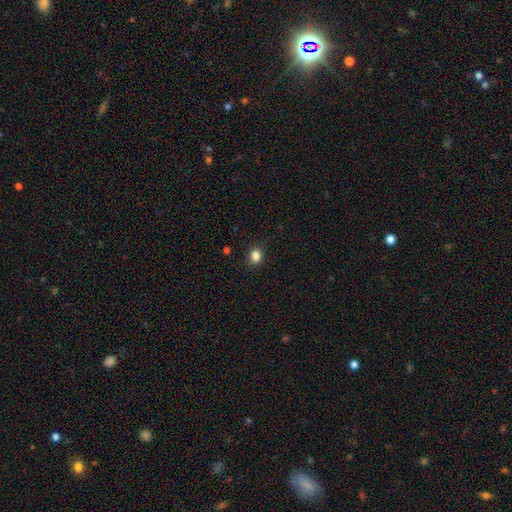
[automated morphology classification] Smooth or featured? Predicted: smooth (p=0.84). How rounded? Predicted: round (p=0.64). Merging? Predicted: none (p=0.88).